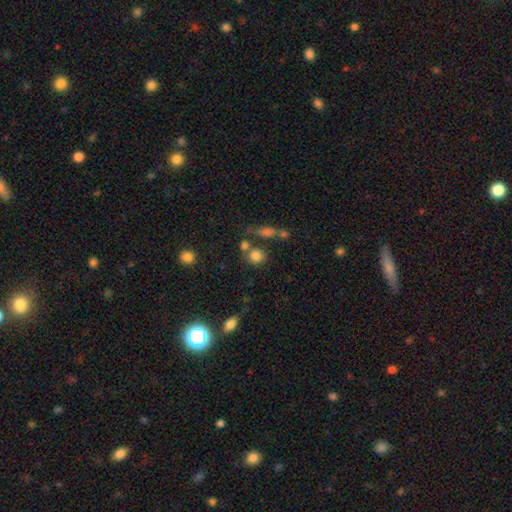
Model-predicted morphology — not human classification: This appears to be a smooth galaxy with no disk features (80%) that is round (85%). Merging: none (60%).